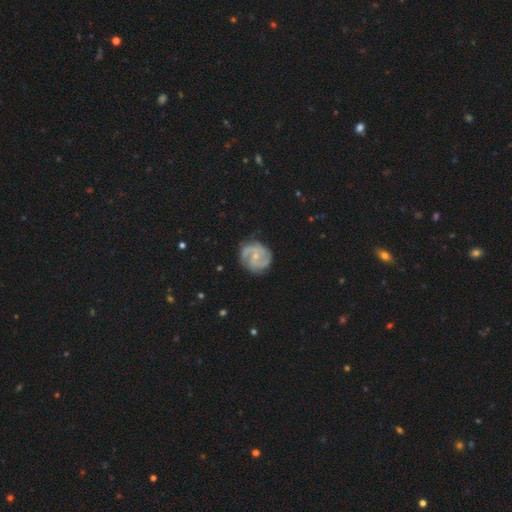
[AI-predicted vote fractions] The model was most divided on "bar": no: 52%, weak: 39%, strong: 9%. More confident: edge-on disk — no (98%); spiral arms — yes (96%); smooth or featured — featured or disk (85%); merging — none (75%); bulge size — small (70%); spiral arm count — 2 (69%); spiral winding — medium (51%).